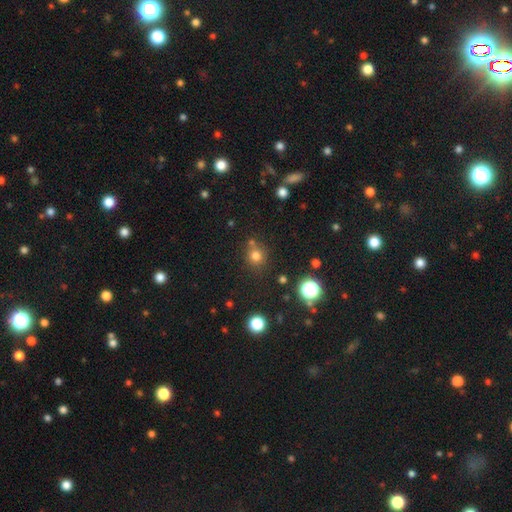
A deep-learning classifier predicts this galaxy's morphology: A smooth galaxy with no disk features (74%) that is round (88%).

Vote fractions:
- Smooth or featured? smooth: 74% / star or artifact: 19% / featured or disk: 7%
- How rounded? round: 88% / in between: 11% / cigar-shaped: 1%
- Merging? none: 72% / merger: 13% / minor disturbance: 11% / major disturbance: 4%